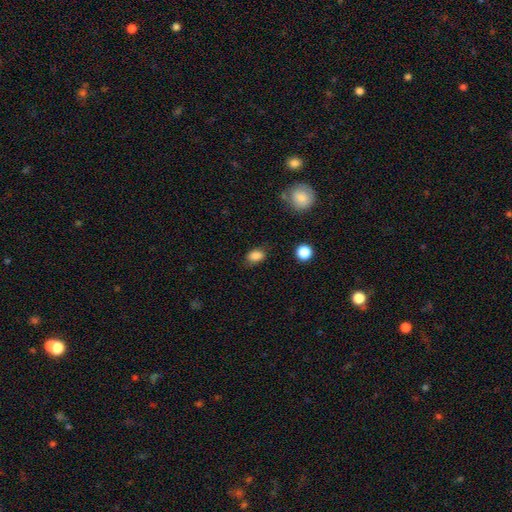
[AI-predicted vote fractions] smooth 85%, star or artifact 10%, featured or disk 5%. Down the decision tree: how rounded — in between (79%); merging — none (79%).